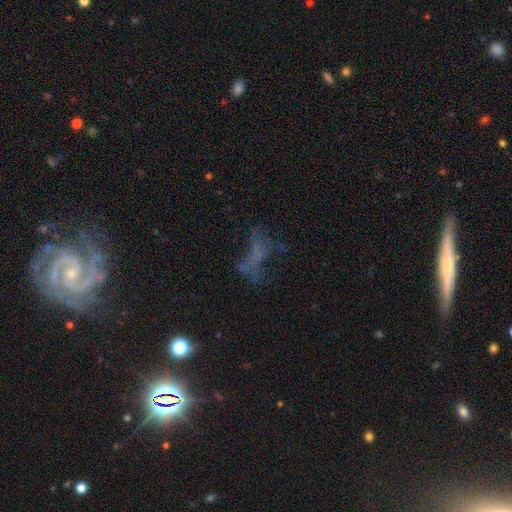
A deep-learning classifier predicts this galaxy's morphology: smooth-or-featured: featured or disk: 37% | star or artifact: 36% | smooth: 27%
  merging: none: 42% | major disturbance: 34% | minor disturbance: 16% | merger: 8%